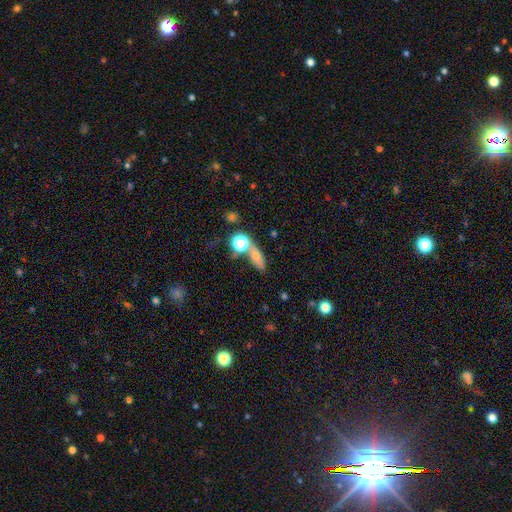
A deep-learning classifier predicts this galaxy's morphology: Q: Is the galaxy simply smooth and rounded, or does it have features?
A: smooth — 68%.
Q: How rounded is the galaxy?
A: in between — 53%.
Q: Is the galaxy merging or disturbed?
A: none — 46%.